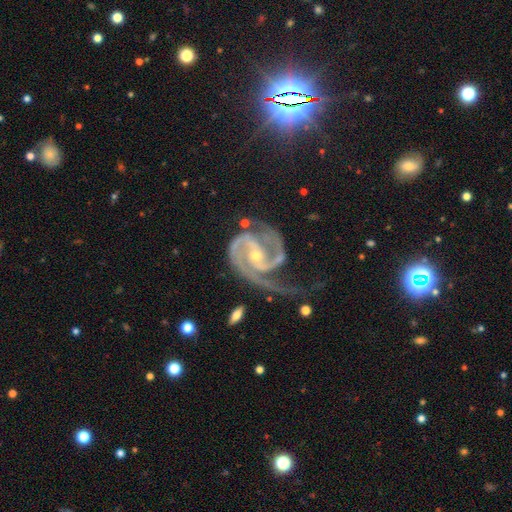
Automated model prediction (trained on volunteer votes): Smooth or featured?
  - featured or disk: 93% *
  - star or artifact: 4%
  - smooth: 2%
Edge-on disk?
  - no: 98% *
  - yes: 2%
Bar?
  - weak: 37% *
  - strong: 32%
  - no: 31%
Spiral arms?
  - yes: 99% *
  - no: 1%
Spiral winding?
  - medium: 51% *
  - tight: 37%
  - loose: 12%
Spiral arm count?
  - 2: 79% *
  - 3: 10%
  - 1: 4%
  - can't tell: 3%
  - 4: 2%
  - more than 4: 2%
Bulge size?
  - small: 65% *
  - moderate: 33%
  - large: 1%
  - none: 1%
  - dominant: 1%
Merging?
  - none: 45% *
  - major disturbance: 28%
  - minor disturbance: 23%
  - merger: 4%